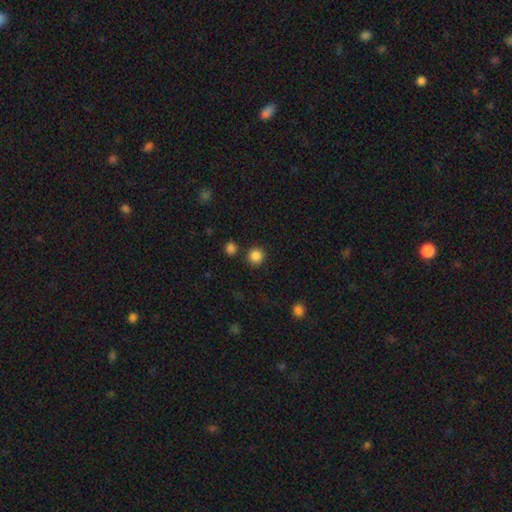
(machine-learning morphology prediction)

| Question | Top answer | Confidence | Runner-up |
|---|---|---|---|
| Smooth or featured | smooth | 86% | star or artifact (11%) |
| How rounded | round | 94% | in between (5%) |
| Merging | none | 87% | minor disturbance (6%) |